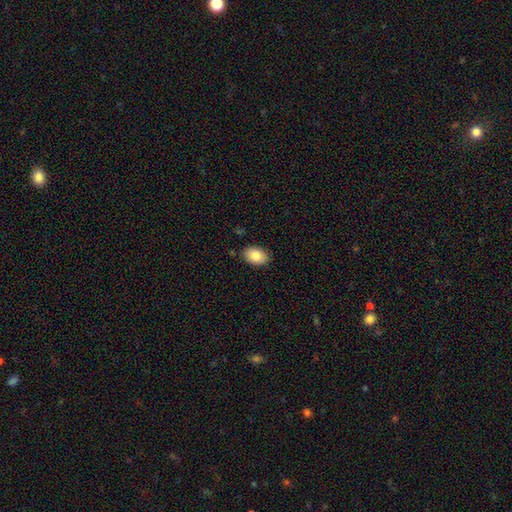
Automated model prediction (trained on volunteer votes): The model was most divided on "how rounded": in between: 86%, round: 13%, cigar-shaped: 1%. More confident: merging — none (87%); smooth or featured — smooth (85%).